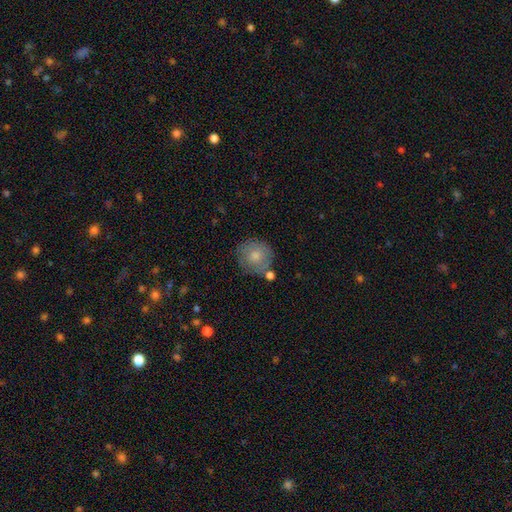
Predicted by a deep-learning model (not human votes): smooth_or_featured: smooth (p=0.77) [alt: featured or disk p=0.16]
how_rounded: round (p=0.90) [alt: in between p=0.09]
merging: none (p=0.69) [alt: minor disturbance p=0.16]